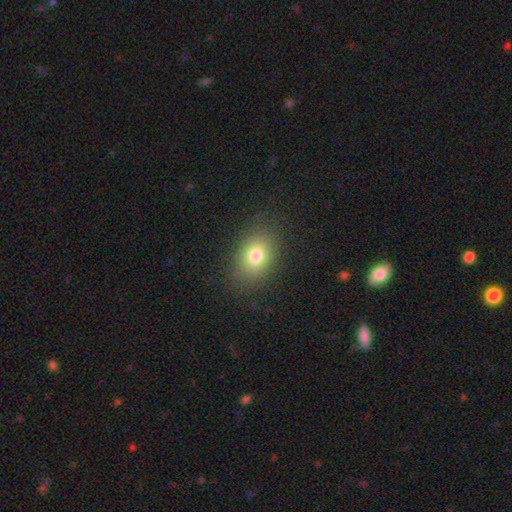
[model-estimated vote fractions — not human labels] The model was most divided on "how rounded": in between: 71%, round: 28%, cigar-shaped: 1%. More confident: merging — none (83%); smooth or featured — smooth (77%).